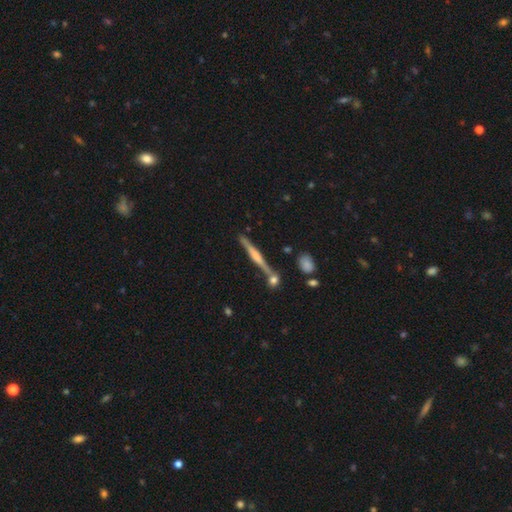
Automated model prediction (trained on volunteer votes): This appears to be a featured or disk galaxy (70%) viewed edge-on (97%) with a rounded central bulge (58%). Merging: none (80%).